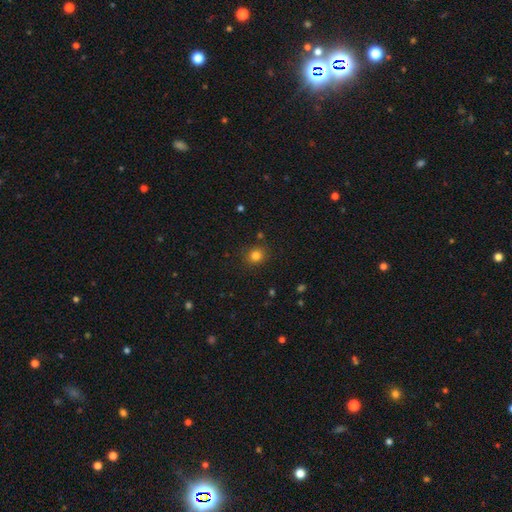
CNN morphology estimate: This appears to be a smooth galaxy with no disk features (82%) that is round (79%). Merging: none (85%).